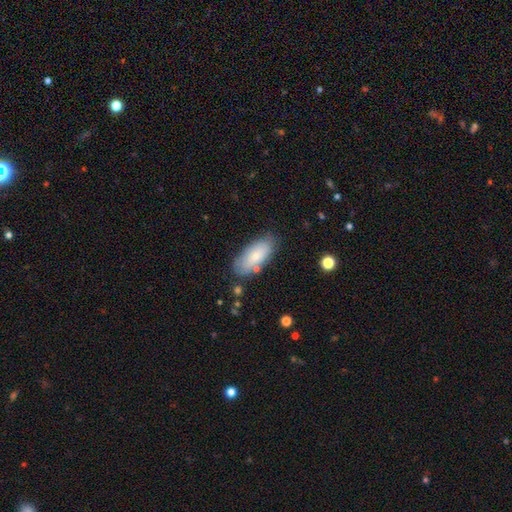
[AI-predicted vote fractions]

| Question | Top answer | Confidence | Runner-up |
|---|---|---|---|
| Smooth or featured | smooth | 72% | featured or disk (21%) |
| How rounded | in between | 86% | cigar-shaped (11%) |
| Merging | none | 76% | minor disturbance (17%) |